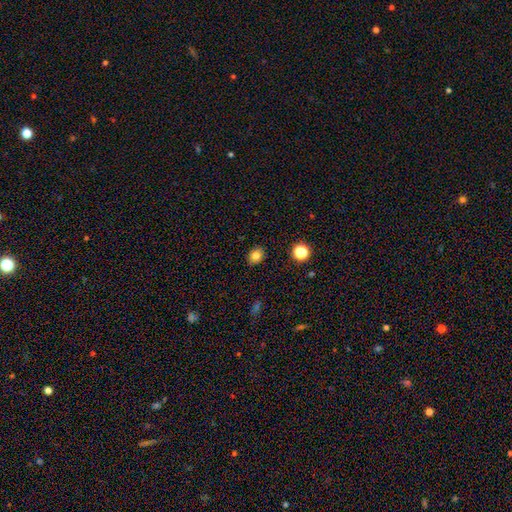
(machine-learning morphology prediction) The model was most divided on "how rounded": round: 61%, in between: 38%, cigar-shaped: 1%. More confident: merging — none (88%); smooth or featured — smooth (79%).